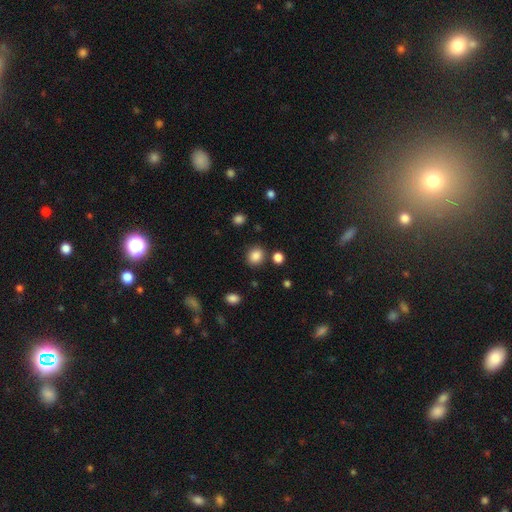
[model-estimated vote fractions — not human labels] smooth 86%, star or artifact 10%, featured or disk 4%. Down the decision tree: how rounded — round (75%); merging — none (84%).